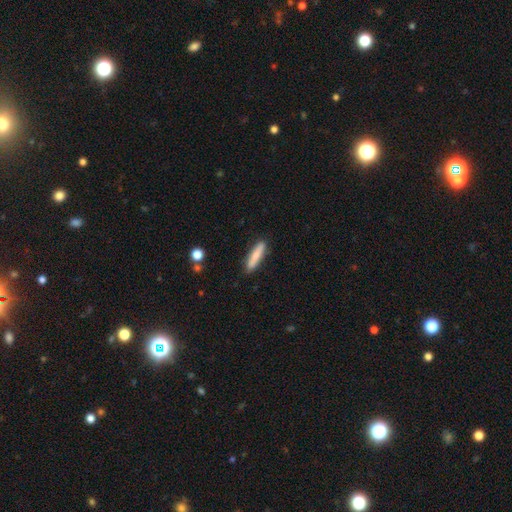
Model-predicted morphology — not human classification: The model was most divided on "smooth or featured": smooth: 77%, featured or disk: 17%, star or artifact: 6%. More confident: merging — none (88%); how rounded — cigar-shaped (85%).